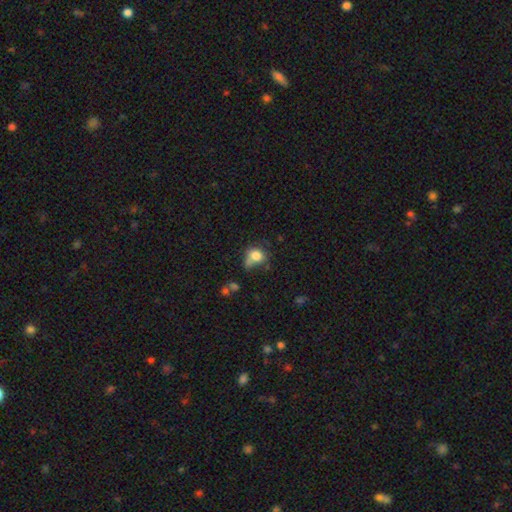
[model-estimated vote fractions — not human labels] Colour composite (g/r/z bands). It shows a smooth galaxy with no disk features (79%) that is round (64%). Merging: none (45%).